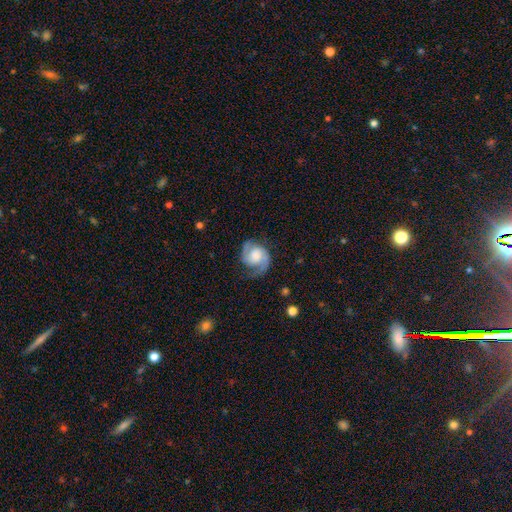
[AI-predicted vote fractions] featured or disk 85%, smooth 9%, star or artifact 5%. Down the decision tree: edge-on disk — no (98%); bar — no (61%); spiral arms — yes (97%); spiral arm count — 2 (91%); spiral winding — medium (52%); bulge size — moderate (34%); merging — none (71%).